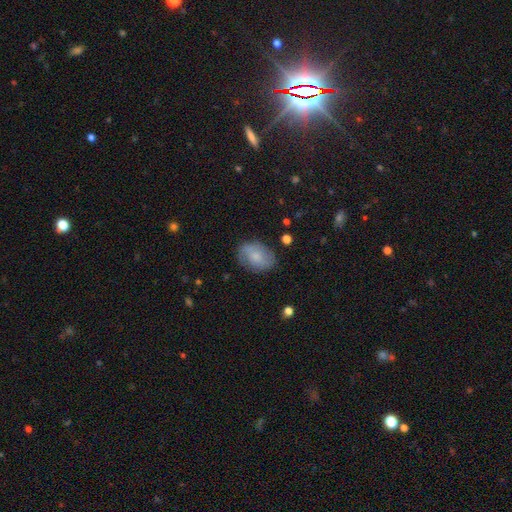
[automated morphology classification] A smooth galaxy with no disk features (62%) that is in between round and cigar-shaped (79%).

Vote fractions:
- Smooth or featured? smooth: 62% / featured or disk: 31% / star or artifact: 8%
- How rounded? in between: 79% / round: 20% / cigar-shaped: 1%
- Merging? none: 74% / minor disturbance: 19% / major disturbance: 6% / merger: 1%